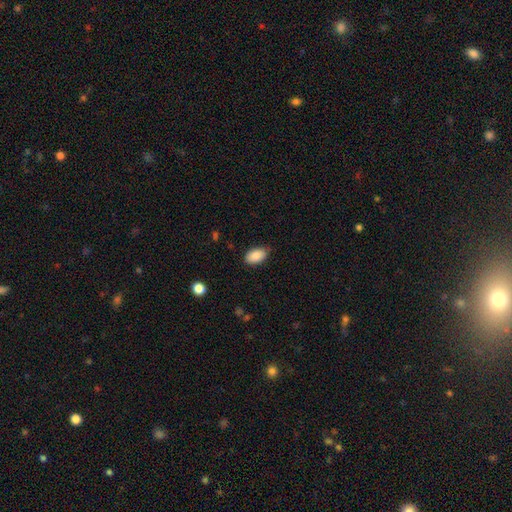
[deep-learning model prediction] smooth 89%, star or artifact 7%, featured or disk 4%. Down the decision tree: how rounded — in between (94%); merging — none (78%).